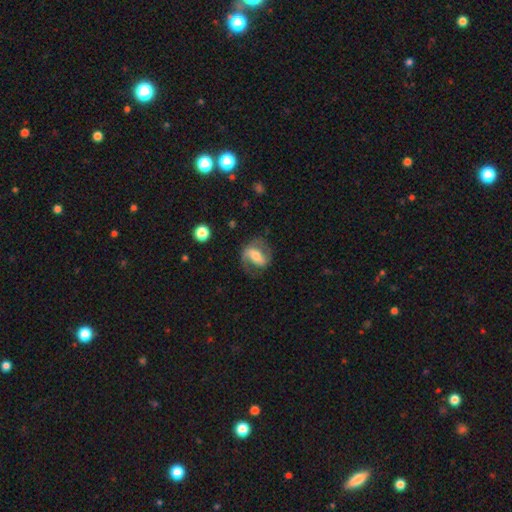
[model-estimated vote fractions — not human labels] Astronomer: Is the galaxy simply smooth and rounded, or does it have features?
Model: featured or disk — 75%.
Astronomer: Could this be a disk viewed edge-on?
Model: no — 96%.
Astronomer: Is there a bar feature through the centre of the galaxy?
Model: strong — 49% (runner-up: weak, 33%).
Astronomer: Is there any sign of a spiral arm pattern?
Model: yes — 89%.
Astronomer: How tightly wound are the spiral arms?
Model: medium — 50% (runner-up: loose, 27%).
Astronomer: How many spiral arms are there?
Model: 2 — 80%.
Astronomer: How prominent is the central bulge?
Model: moderate — 56%.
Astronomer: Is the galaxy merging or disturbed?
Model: none — 68%.